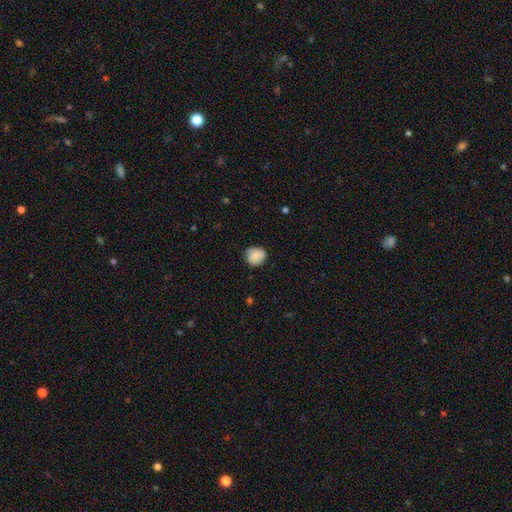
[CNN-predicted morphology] Smooth or featured?
  - smooth: 77% *
  - featured or disk: 15%
  - star or artifact: 8%
How rounded?
  - round: 74% *
  - in between: 25%
  - cigar-shaped: 1%
Merging?
  - none: 69% *
  - minor disturbance: 24%
  - major disturbance: 6%
  - merger: 1%